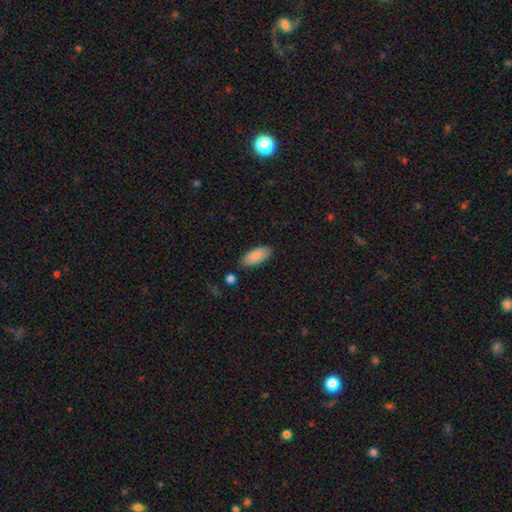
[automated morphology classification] This is clearly a smooth galaxy (87%). How rounded: clearly in between (89%). Merging: clearly none (83%).